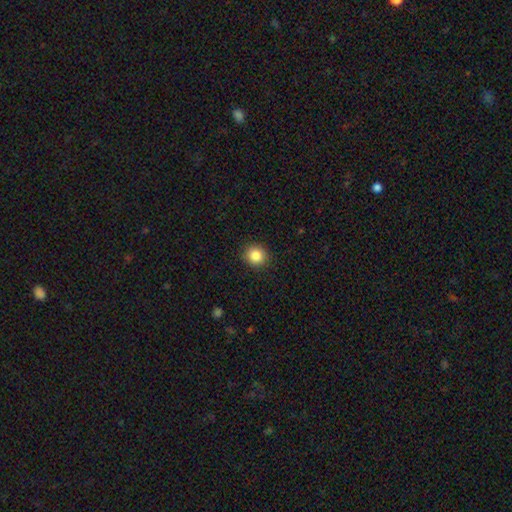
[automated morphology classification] This appears to be a smooth galaxy with no disk features (86%) that is round (88%). Merging: none (91%).